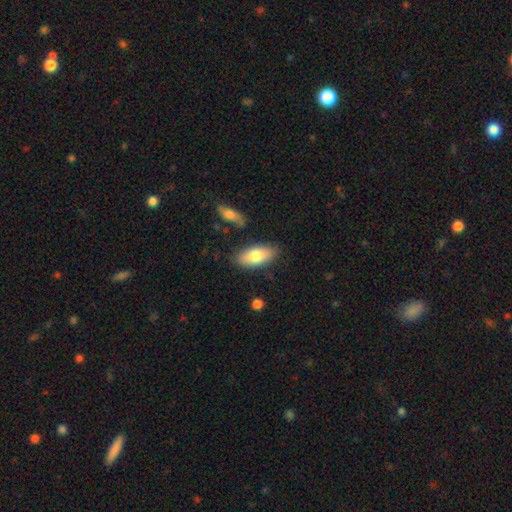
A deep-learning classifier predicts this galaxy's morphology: This appears to be a smooth galaxy with no disk features (77%) that is in between round and cigar-shaped (89%). Merging: none (81%).